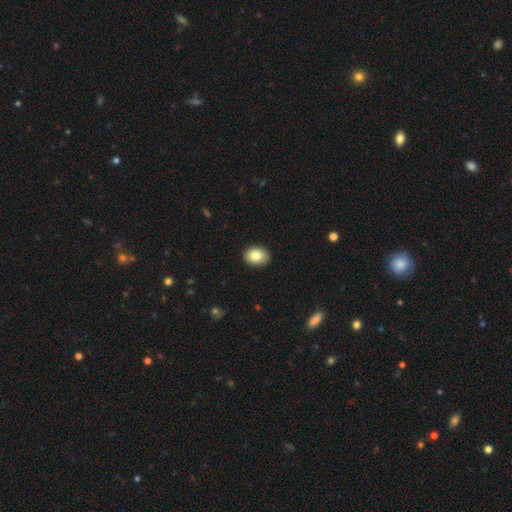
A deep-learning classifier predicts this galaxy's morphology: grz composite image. It shows a smooth galaxy with no disk features (83%) that is in between round and cigar-shaped (65%). Merging: none (89%).